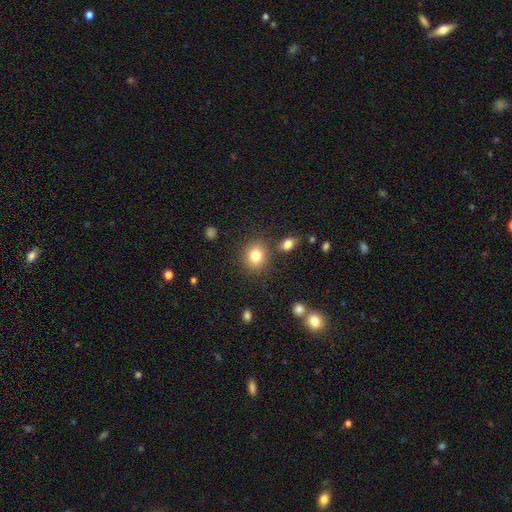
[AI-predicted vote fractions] Smooth or featured? Predicted: smooth (p=0.82). How rounded? Predicted: round (p=0.68). Merging? Predicted: none (p=0.81).